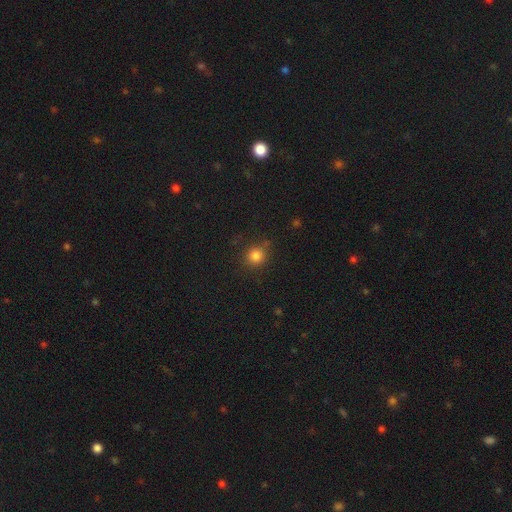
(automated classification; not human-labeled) A smooth galaxy with no disk features (81%) that is round (89%).

Vote fractions:
- Smooth or featured? smooth: 81% / star or artifact: 13% / featured or disk: 5%
- How rounded? round: 89% / in between: 10% / cigar-shaped: 1%
- Merging? none: 82% / minor disturbance: 12% / major disturbance: 3% / merger: 3%